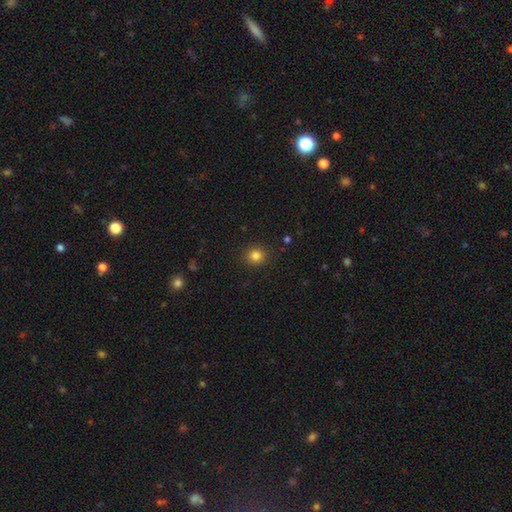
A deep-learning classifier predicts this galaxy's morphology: Smooth or featured? Predicted: smooth (p=0.82). How rounded? Predicted: round (p=0.89). Merging? Predicted: none (p=0.90).